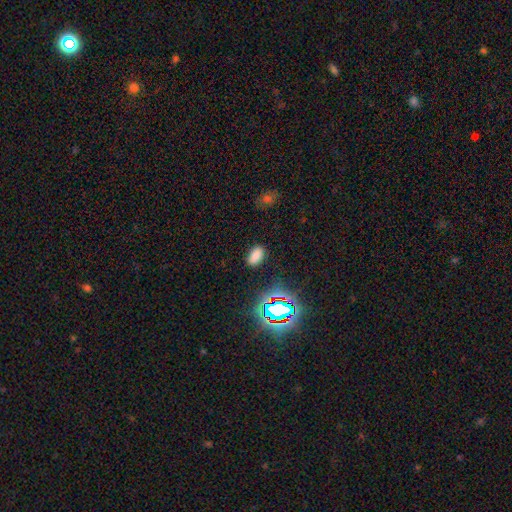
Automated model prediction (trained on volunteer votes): A smooth galaxy with no disk features (74%) that is in between round and cigar-shaped (91%). Merging: none (84%).